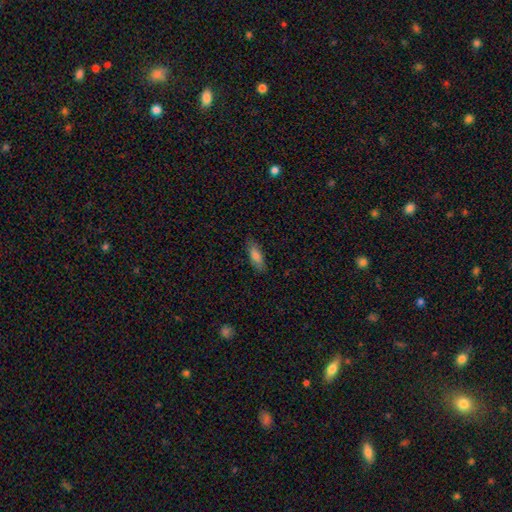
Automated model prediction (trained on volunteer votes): A smooth galaxy with no disk features (79%) that is in between round and cigar-shaped (62%).

Vote fractions:
- Smooth or featured? smooth: 79% / featured or disk: 14% / star or artifact: 7%
- How rounded? in between: 62% / cigar-shaped: 36% / round: 2%
- Merging? none: 84% / minor disturbance: 12% / major disturbance: 2% / merger: 1%